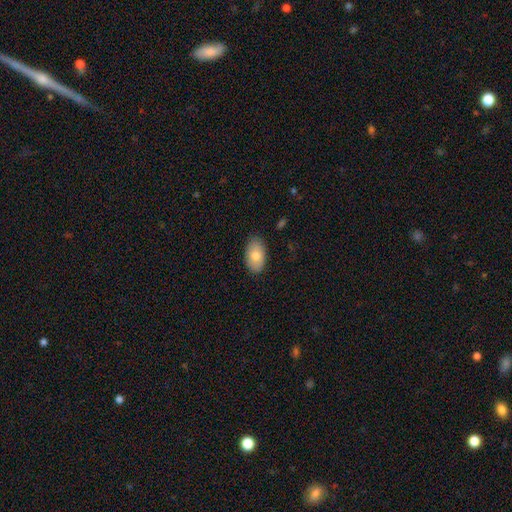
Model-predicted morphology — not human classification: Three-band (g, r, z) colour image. It shows a smooth galaxy with no disk features (78%) that is in between round and cigar-shaped (94%). Merging: none (85%).